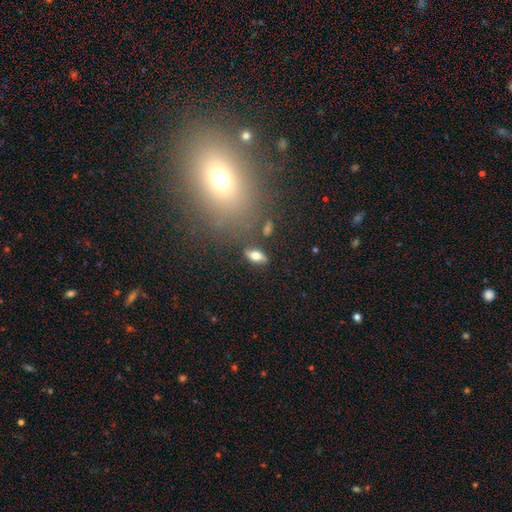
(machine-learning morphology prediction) smooth-or-featured: smooth: 64% | featured or disk: 27% | star or artifact: 9%
  how-rounded: in between: 81% | cigar-shaped: 13% | round: 6%
  merging: none: 79% | minor disturbance: 12% | merger: 4% | major disturbance: 4%